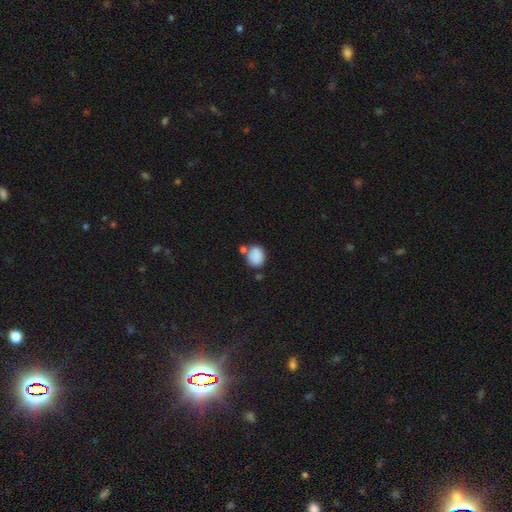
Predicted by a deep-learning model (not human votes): Q: Smooth or featured?
A: smooth (87%); runner-up: star or artifact (8%)
Q: How rounded?
A: round (66%); runner-up: in between (33%)
Q: Merging?
A: none (59%); runner-up: merger (21%)